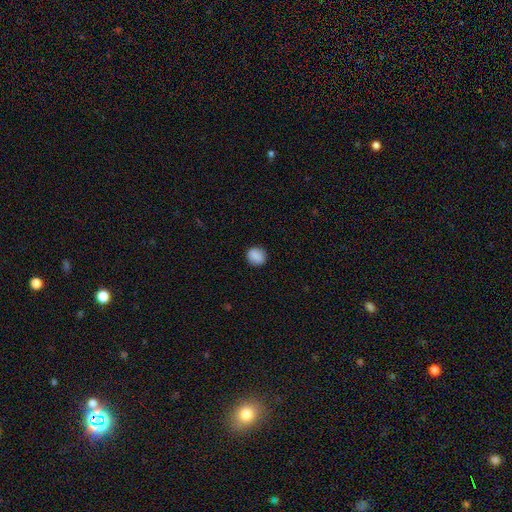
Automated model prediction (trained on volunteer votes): smooth-or-featured: smooth: 88% | star or artifact: 8% | featured or disk: 4%
  how-rounded: round: 78% | in between: 21% | cigar-shaped: 1%
  merging: none: 89% | minor disturbance: 8% | major disturbance: 2% | merger: 1%